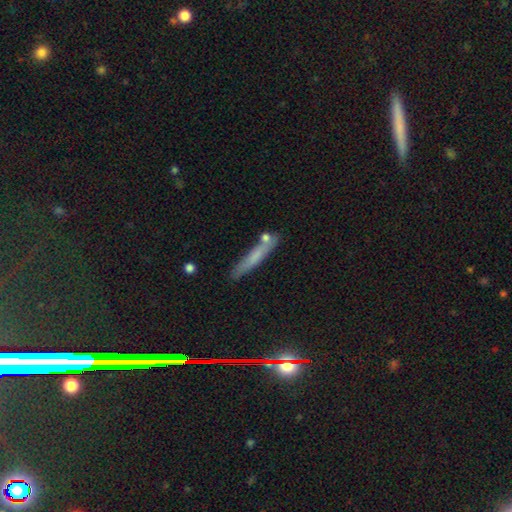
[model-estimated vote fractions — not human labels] Morphology: type=smooth (62%); roundness=cigar-shaped (91%); merging=none (75%).